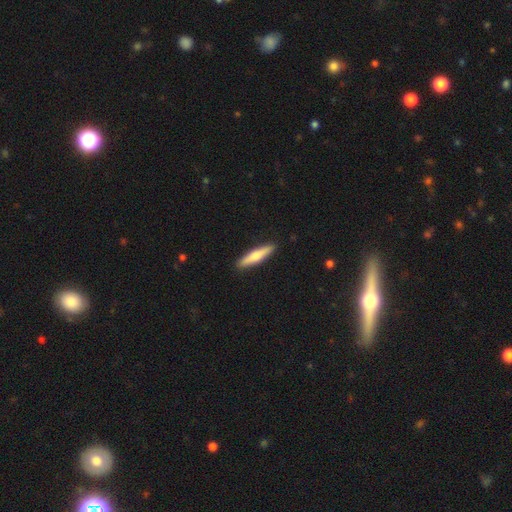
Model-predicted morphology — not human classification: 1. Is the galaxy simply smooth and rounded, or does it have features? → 61% smooth, 34% featured or disk, 5% star or artifact.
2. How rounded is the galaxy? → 86% cigar-shaped, 13% in between, 1% round.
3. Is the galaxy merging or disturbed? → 91% none, 6% minor disturbance, 1% major disturbance, 1% merger.